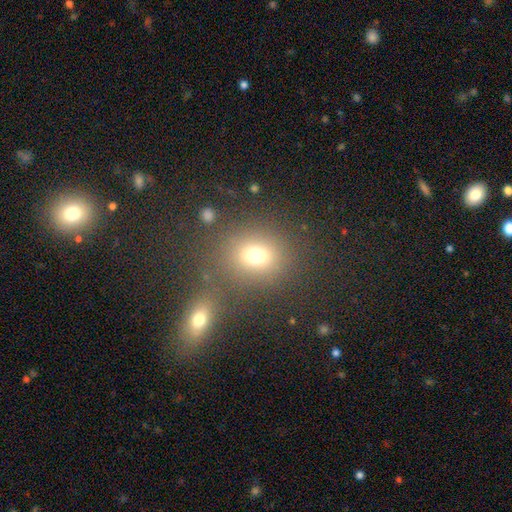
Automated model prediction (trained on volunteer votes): Morphology: type=smooth (72%); roundness=round (67%); merging=none (69%).